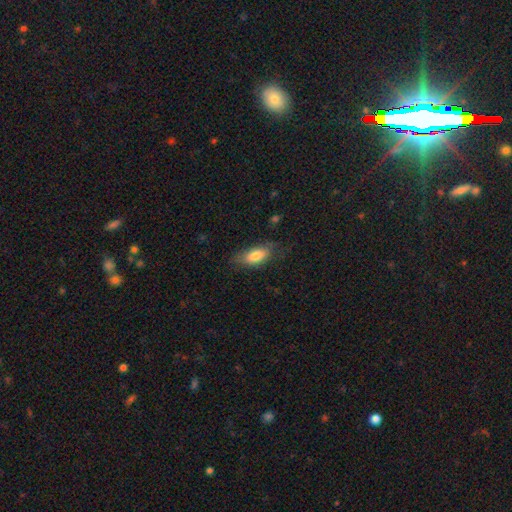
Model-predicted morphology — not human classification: Smooth or featured?
  - smooth: 75% *
  - featured or disk: 18%
  - star or artifact: 7%
How rounded?
  - in between: 83% *
  - cigar-shaped: 15%
  - round: 3%
Merging?
  - none: 68% *
  - minor disturbance: 23%
  - major disturbance: 8%
  - merger: 1%